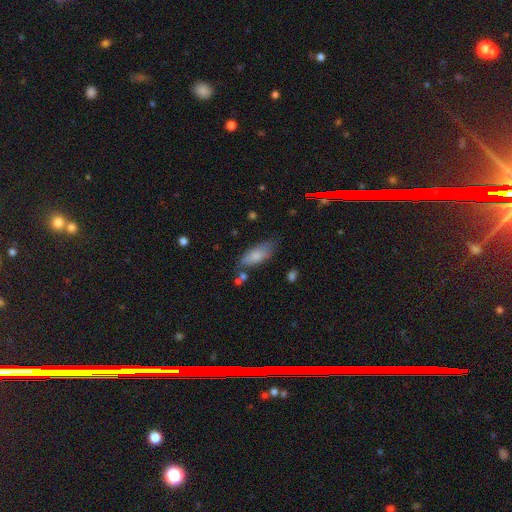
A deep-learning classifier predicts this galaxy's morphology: Smooth or featured: smooth — 79% (featured or disk — 14%)
How rounded: in between — 76% (cigar-shaped — 22%)
Merging: none — 62% (minor disturbance — 25%)